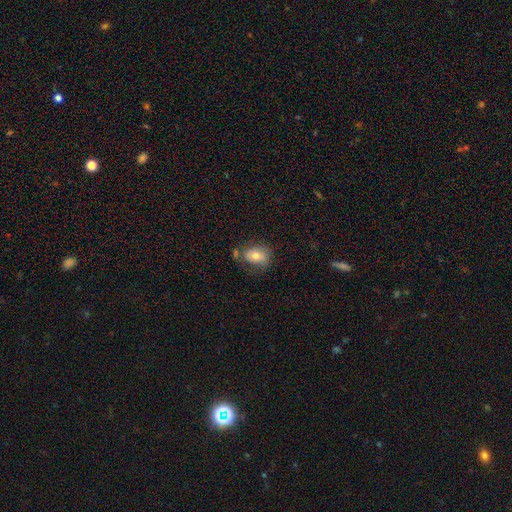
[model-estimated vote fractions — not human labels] Smooth or featured? smooth (73%)
How rounded? in between (79%)
Merging? none (55%)